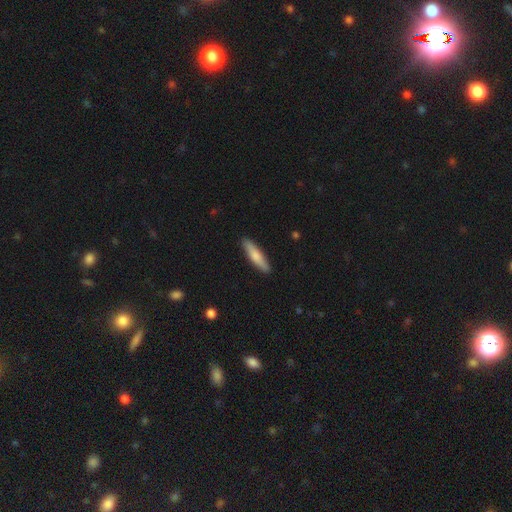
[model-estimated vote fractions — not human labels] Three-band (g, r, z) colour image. It shows a smooth galaxy with no disk features (70%) that is cigar-shaped (80%). Merging: none (90%).